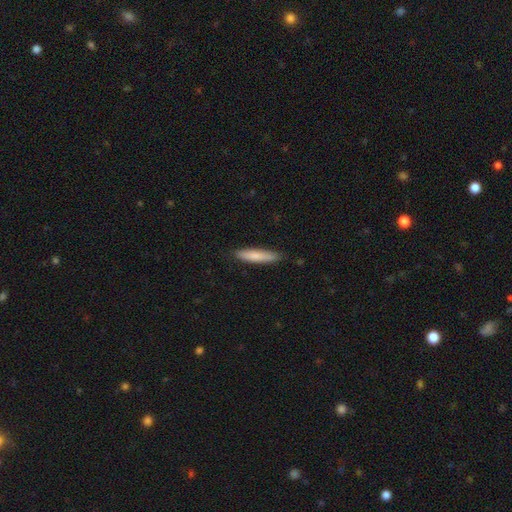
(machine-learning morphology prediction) A smooth galaxy with no disk features (80%) that is cigar-shaped (87%). Merging: none (87%).